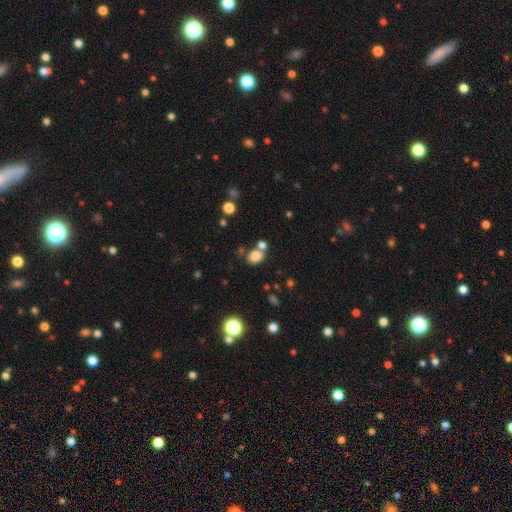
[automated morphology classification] Q: Smooth or featured?
A: smooth (81%); runner-up: star or artifact (13%)
Q: How rounded?
A: round (59%); runner-up: in between (40%)
Q: Merging?
A: none (61%); runner-up: merger (24%)